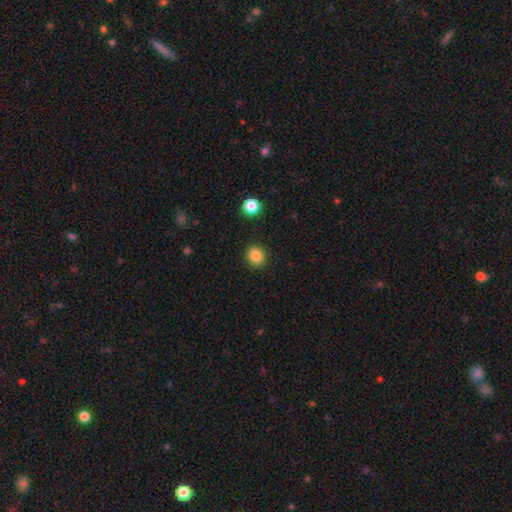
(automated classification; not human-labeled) A smooth galaxy with no disk features (85%) that is round (87%). Merging: none (91%).